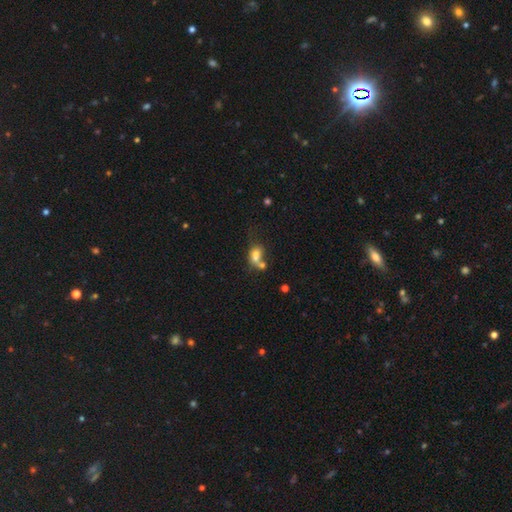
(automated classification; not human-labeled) A smooth galaxy with no disk features (69%) that is in between round and cigar-shaped (68%). Merging: merger (54%).